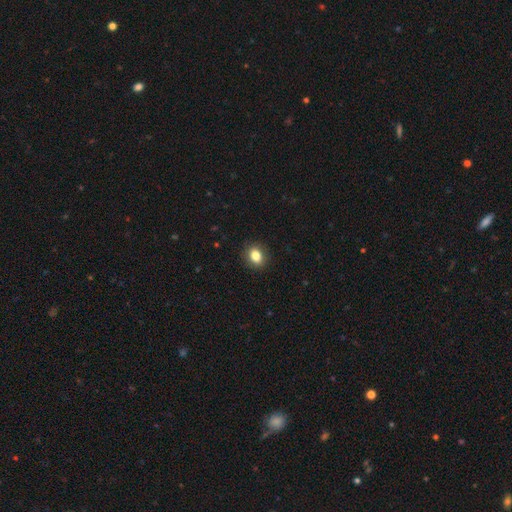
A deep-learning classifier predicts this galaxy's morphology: Smooth or featured? smooth (83%)
How rounded? in between (57%)
Merging? none (89%)